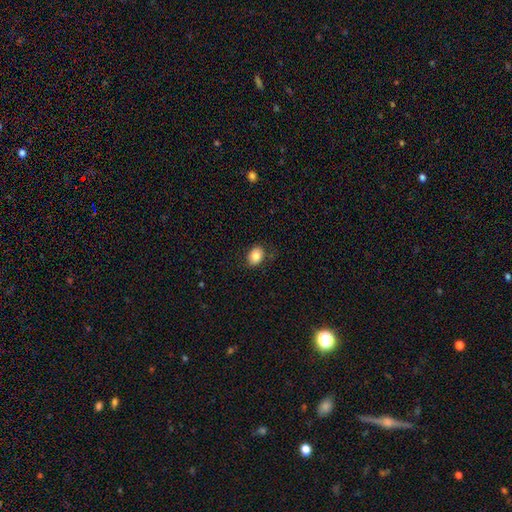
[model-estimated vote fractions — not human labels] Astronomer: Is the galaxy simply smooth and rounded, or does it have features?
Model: smooth — 83%.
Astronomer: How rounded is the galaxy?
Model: in between — 71%.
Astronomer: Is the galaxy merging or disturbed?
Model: none — 82%.